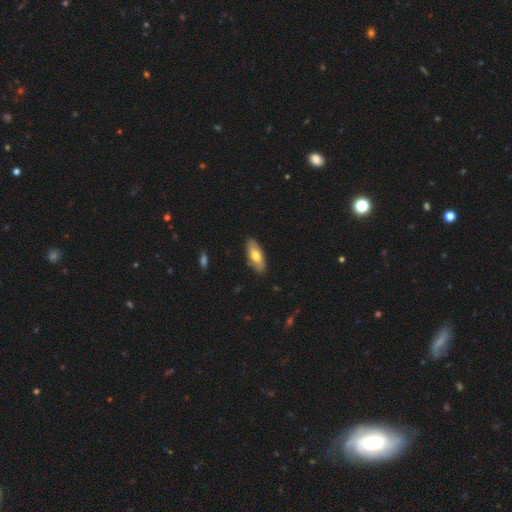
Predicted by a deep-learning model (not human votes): This is likely a smooth galaxy (64%). How rounded: likely in between (76%). Merging: clearly none (87%).